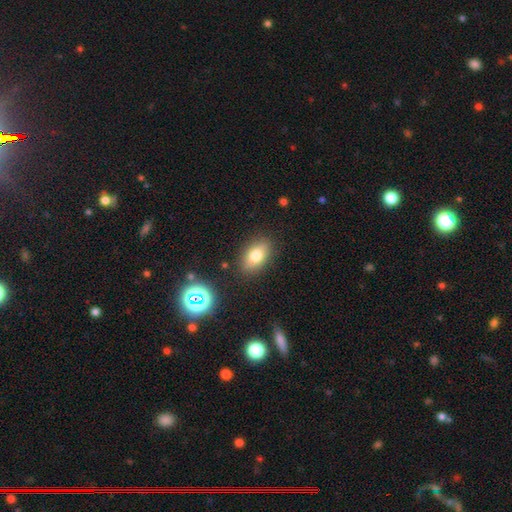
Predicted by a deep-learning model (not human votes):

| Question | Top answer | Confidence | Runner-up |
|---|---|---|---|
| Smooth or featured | smooth | 75% | featured or disk (14%) |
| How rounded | in between | 85% | round (11%) |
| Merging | none | 85% | minor disturbance (10%) |